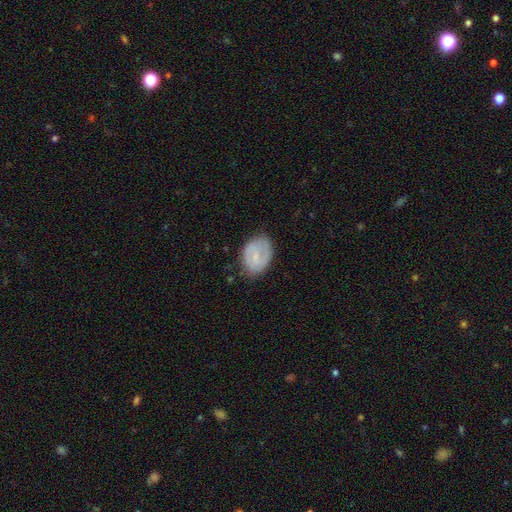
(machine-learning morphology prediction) This is possibly a smooth galaxy (47%). Merging: likely none (69%).